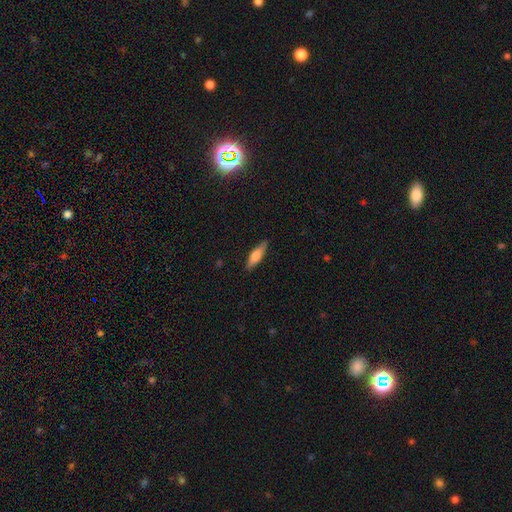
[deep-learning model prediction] Smooth or featured? smooth (61%)
How rounded? cigar-shaped (62%)
Merging? none (87%)